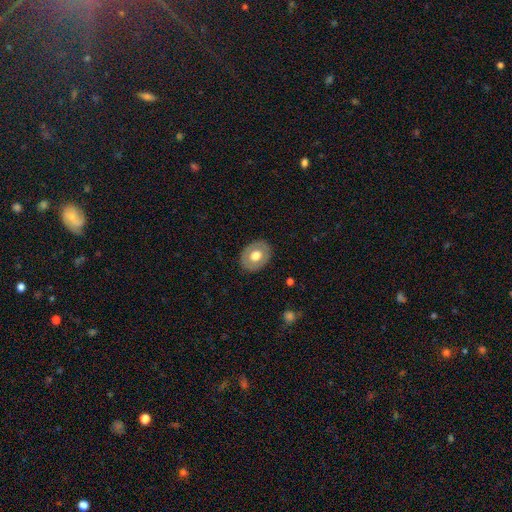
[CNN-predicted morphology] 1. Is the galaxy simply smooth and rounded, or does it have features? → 62% smooth, 31% featured or disk, 6% star or artifact.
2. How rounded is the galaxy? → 57% in between, 42% round, 1% cigar-shaped.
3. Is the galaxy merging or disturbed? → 87% none, 9% minor disturbance, 3% major disturbance, 1% merger.